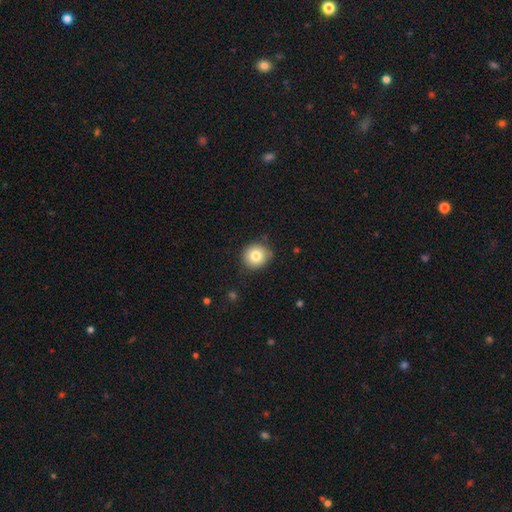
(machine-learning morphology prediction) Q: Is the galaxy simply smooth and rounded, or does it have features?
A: smooth — 80%.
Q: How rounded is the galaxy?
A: round — 90%.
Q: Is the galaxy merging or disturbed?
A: none — 82%.